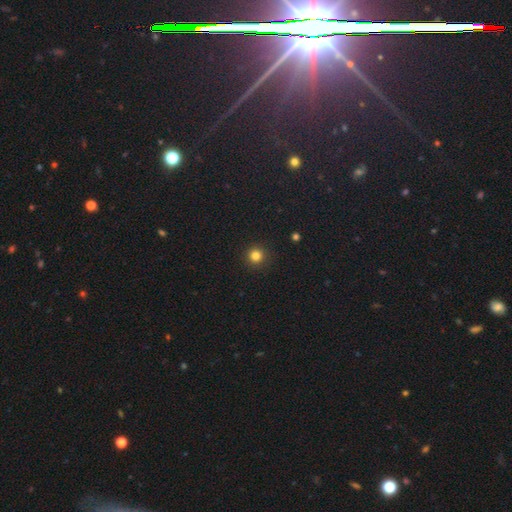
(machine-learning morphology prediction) smooth_or_featured: smooth (p=0.82) [alt: star or artifact p=0.14]
how_rounded: round (p=0.95) [alt: in between p=0.04]
merging: none (p=0.92) [alt: minor disturbance p=0.05]